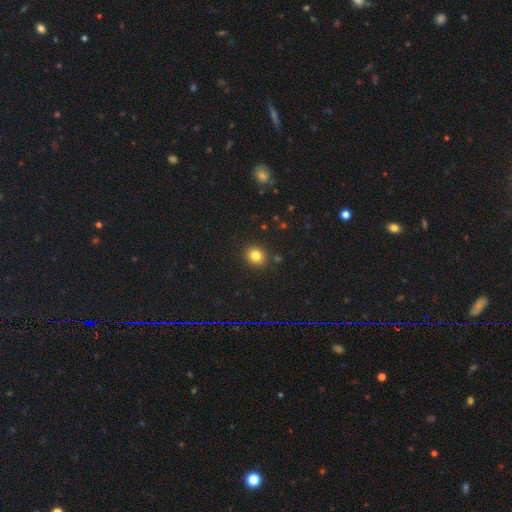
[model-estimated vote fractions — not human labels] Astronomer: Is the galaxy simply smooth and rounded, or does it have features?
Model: smooth — 80%.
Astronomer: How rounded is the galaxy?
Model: round — 78%.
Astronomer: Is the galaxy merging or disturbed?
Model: none — 89%.